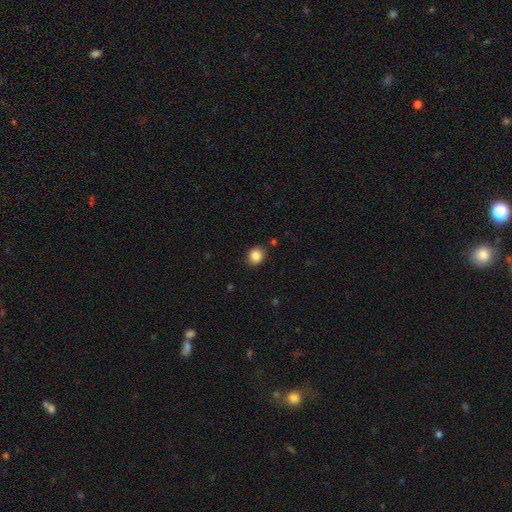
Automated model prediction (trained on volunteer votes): A smooth galaxy with no disk features (87%) that is round (66%). Merging: none (84%).